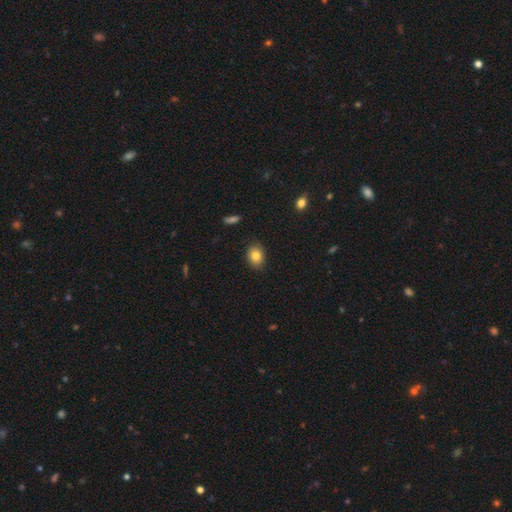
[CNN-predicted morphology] A smooth galaxy with no disk features (82%) that is in between round and cigar-shaped (58%).

Vote fractions:
- Smooth or featured? smooth: 82% / star or artifact: 9% / featured or disk: 9%
- How rounded? in between: 58% / round: 41% / cigar-shaped: 1%
- Merging? none: 85% / minor disturbance: 12% / major disturbance: 2% / merger: 1%